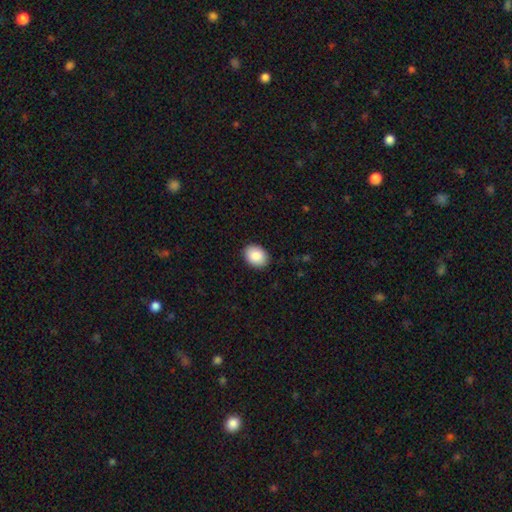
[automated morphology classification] smooth-or-featured: smooth: 87% | star or artifact: 7% | featured or disk: 6%
  how-rounded: in between: 61% | round: 38% | cigar-shaped: 1%
  merging: none: 90% | minor disturbance: 7% | major disturbance: 2% | merger: 1%